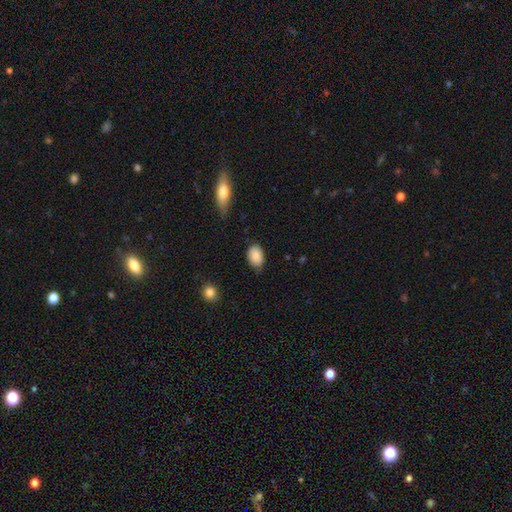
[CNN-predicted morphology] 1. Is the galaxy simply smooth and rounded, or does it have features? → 87% smooth, 7% star or artifact, 6% featured or disk.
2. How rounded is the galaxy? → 87% in between, 12% round, 1% cigar-shaped.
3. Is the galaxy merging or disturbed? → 73% none, 22% minor disturbance, 3% major disturbance, 2% merger.